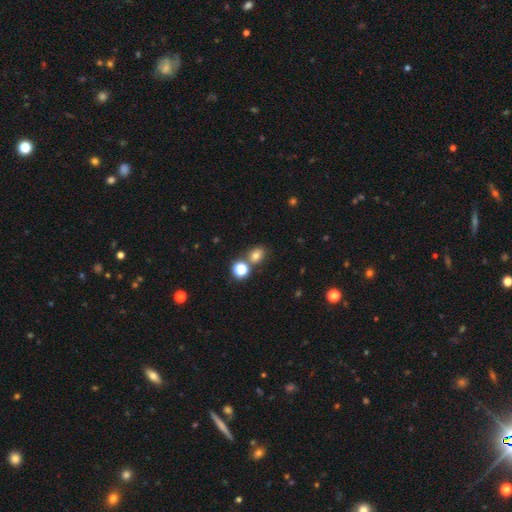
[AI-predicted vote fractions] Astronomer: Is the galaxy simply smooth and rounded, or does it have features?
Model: smooth — 73%.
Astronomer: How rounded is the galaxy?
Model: round — 55% (runner-up: in between, 44%).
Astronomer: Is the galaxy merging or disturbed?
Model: none — 68%.